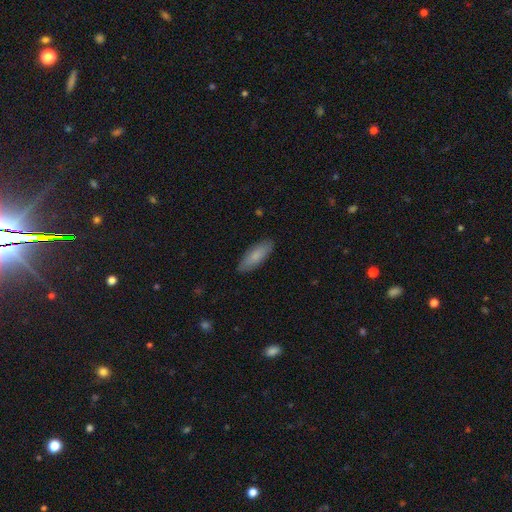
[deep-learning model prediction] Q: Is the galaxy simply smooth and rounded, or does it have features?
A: smooth — 81%.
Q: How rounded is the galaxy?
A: in between — 65%.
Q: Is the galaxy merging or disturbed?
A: none — 87%.